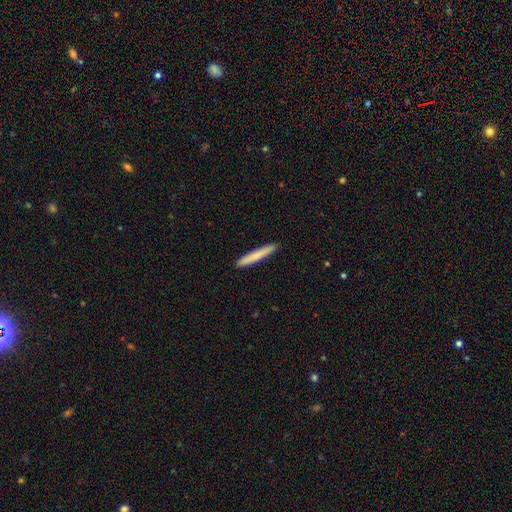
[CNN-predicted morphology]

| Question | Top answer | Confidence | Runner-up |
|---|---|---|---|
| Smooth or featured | smooth | 78% | featured or disk (16%) |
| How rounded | cigar-shaped | 96% | in between (2%) |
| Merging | none | 93% | minor disturbance (5%) |